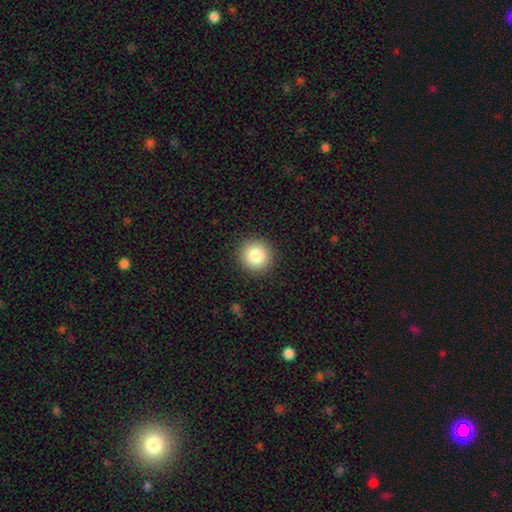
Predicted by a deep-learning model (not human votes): A smooth galaxy with no disk features (84%) that is round (93%).

Vote fractions:
- Smooth or featured? smooth: 84% / star or artifact: 9% / featured or disk: 6%
- How rounded? round: 93% / in between: 6% / cigar-shaped: 1%
- Merging? none: 91% / minor disturbance: 6% / major disturbance: 2% / merger: 1%